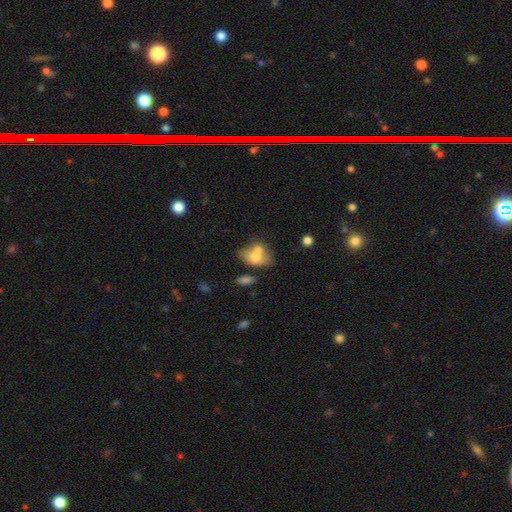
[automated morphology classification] Smooth or featured? smooth (66%)
How rounded? in between (72%)
Merging? merger (46%)